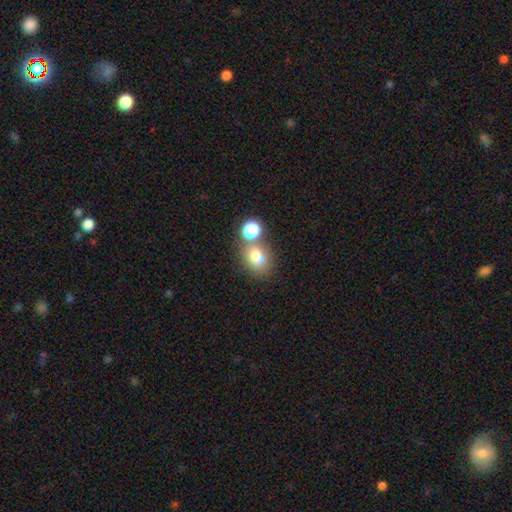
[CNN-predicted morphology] A smooth galaxy with no disk features (77%) that is in between round and cigar-shaped (54%).

Vote fractions:
- Smooth or featured? smooth: 77% / star or artifact: 13% / featured or disk: 10%
- How rounded? in between: 54% / round: 45% / cigar-shaped: 1%
- Merging? none: 55% / merger: 28% / minor disturbance: 12% / major disturbance: 5%